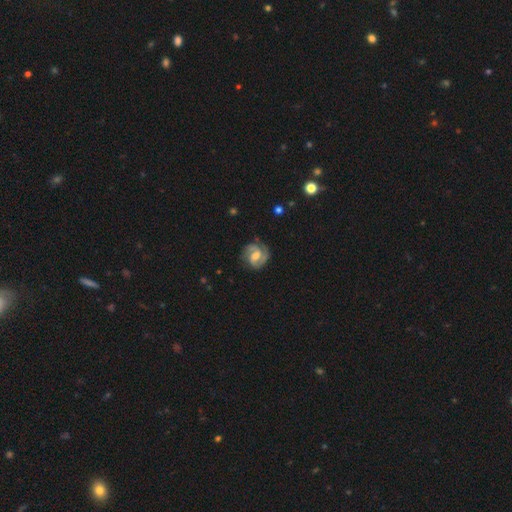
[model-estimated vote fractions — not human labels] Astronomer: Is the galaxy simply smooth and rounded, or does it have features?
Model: featured or disk — 83%.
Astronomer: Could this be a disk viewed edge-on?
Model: no — 98%.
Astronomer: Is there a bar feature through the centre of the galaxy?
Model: weak — 53% (runner-up: no, 29%).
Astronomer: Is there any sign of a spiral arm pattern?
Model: yes — 96%.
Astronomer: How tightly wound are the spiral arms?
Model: medium — 47% (runner-up: tight, 41%).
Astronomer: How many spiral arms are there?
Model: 2 — 75%.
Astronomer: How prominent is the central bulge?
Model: moderate — 63%.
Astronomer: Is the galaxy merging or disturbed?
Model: none — 76%.